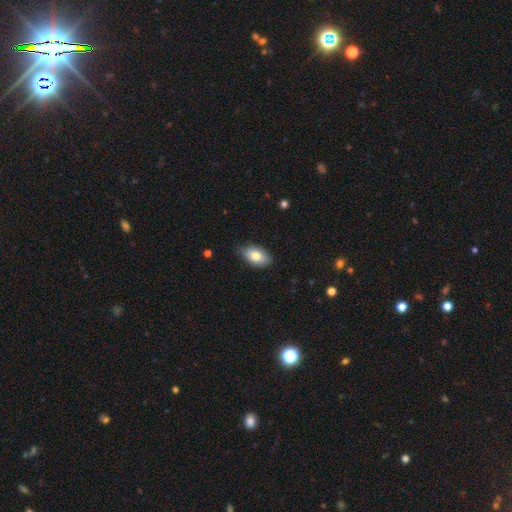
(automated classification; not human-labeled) Overall: smooth (78%). How rounded: in between (91%). Merging: none (75%).